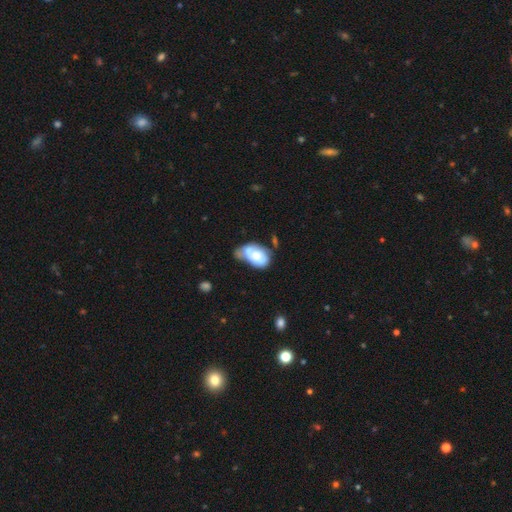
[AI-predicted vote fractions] Smooth or featured? smooth (56%)
How rounded? in between (88%)
Merging? minor disturbance (32%)